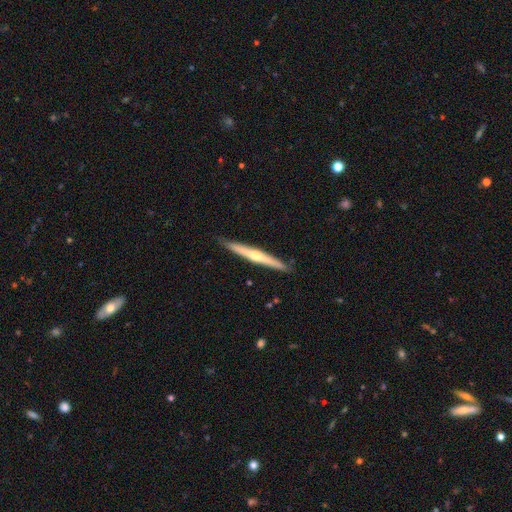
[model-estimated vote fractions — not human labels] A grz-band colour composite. It shows a featured or disk galaxy (65%) viewed edge-on (97%) with a rounded central bulge (79%). Merging: none (90%).